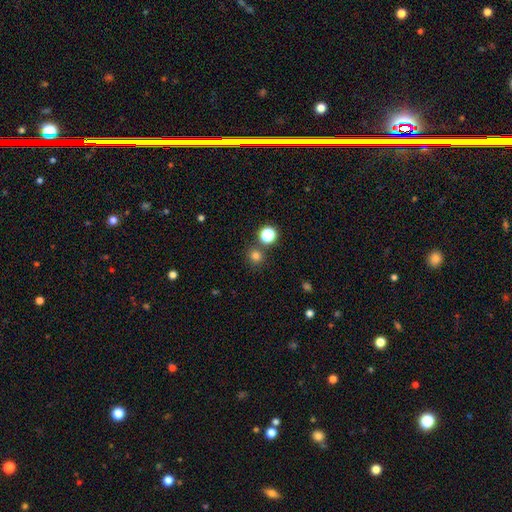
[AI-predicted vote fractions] Smooth or featured: smooth — 76% (star or artifact — 19%)
How rounded: round — 91% (in between — 9%)
Merging: none — 81% (merger — 9%)